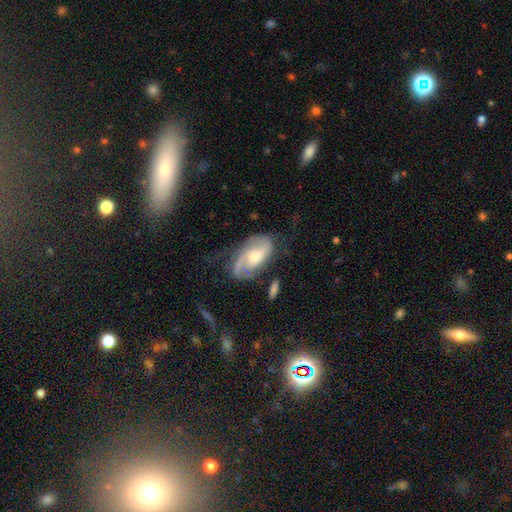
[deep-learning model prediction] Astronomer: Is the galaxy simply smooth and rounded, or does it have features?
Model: featured or disk — 74%.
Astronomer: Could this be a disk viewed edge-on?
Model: no — 95%.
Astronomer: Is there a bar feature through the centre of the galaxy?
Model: no — 50% (runner-up: weak, 40%).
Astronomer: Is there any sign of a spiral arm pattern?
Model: yes — 93%.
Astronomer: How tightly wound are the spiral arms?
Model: medium — 45% (runner-up: loose, 29%).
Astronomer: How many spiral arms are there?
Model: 2 — 72%.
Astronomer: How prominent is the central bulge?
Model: moderate — 43% (runner-up: small, 21%).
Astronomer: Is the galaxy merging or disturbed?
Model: none — 57%.